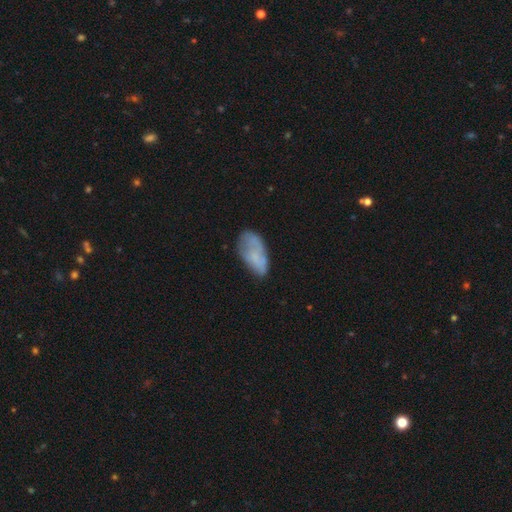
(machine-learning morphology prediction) smooth_or_featured: smooth (p=0.65) [alt: featured or disk p=0.27]
how_rounded: in between (p=0.92) [alt: cigar-shaped p=0.05]
merging: none (p=0.53) [alt: minor disturbance p=0.30]